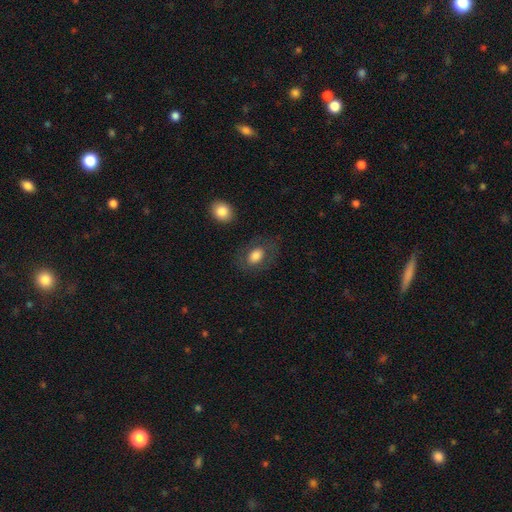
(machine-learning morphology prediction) smooth-or-featured: smooth: 76% | featured or disk: 16% | star or artifact: 8%
  how-rounded: in between: 79% | round: 20% | cigar-shaped: 1%
  merging: none: 75% | minor disturbance: 14% | major disturbance: 8% | merger: 3%